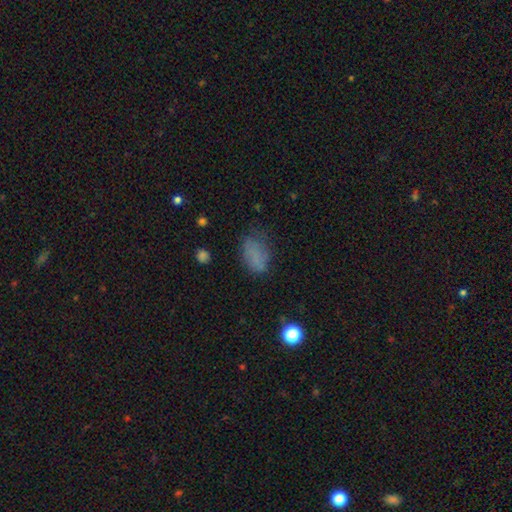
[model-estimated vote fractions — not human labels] smooth_or_featured: smooth (p=0.74) [alt: star or artifact p=0.15]
how_rounded: in between (p=0.87) [alt: round p=0.11]
merging: none (p=0.59) [alt: minor disturbance p=0.25]